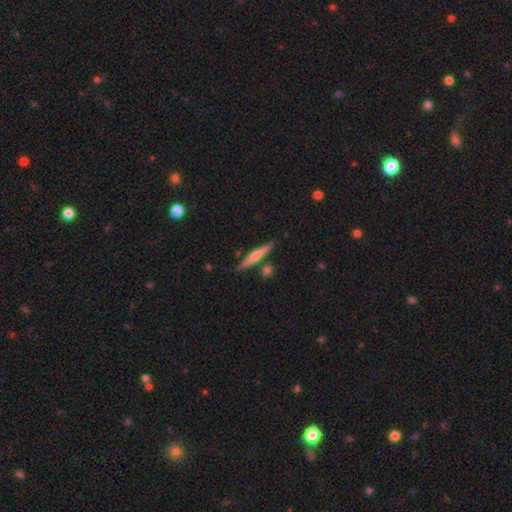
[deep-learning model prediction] A featured or disk galaxy (49%). Merging: none (83%).